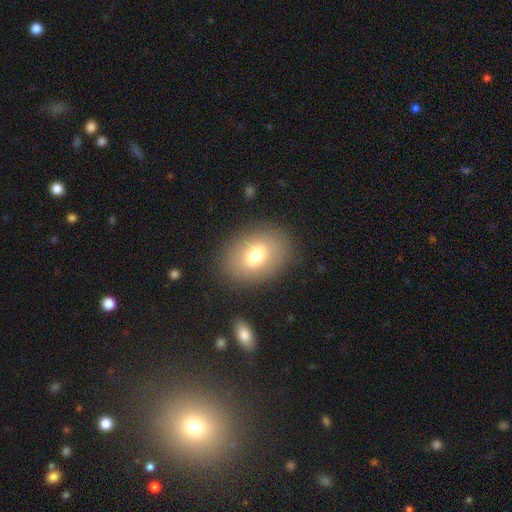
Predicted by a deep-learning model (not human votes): Smooth or featured? smooth (71%)
How rounded? in between (68%)
Merging? none (85%)